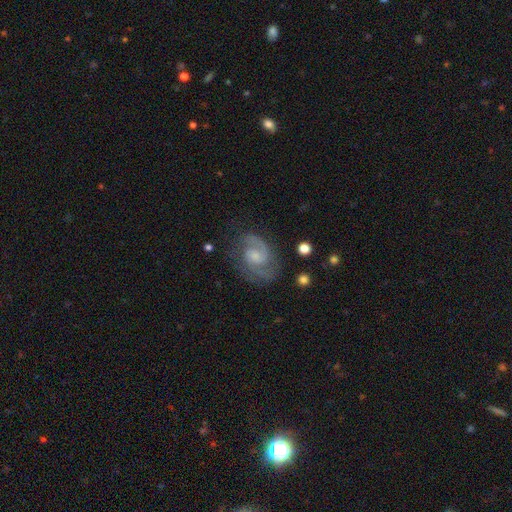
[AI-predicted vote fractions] smooth_or_featured: featured or disk (p=0.87) [alt: smooth p=0.07]
disk_edge_on: no (p=0.98) [alt: yes p=0.02]
bar: no (p=0.53) [alt: weak p=0.41]
has_spiral_arms: yes (p=0.97) [alt: no p=0.03]
spiral_winding: medium (p=0.52) [alt: tight p=0.36]
spiral_arm_count: 2 (p=0.84) [alt: can't tell p=0.06]
bulge_size: small (p=0.52) [alt: moderate p=0.31]
merging: none (p=0.72) [alt: minor disturbance p=0.17]